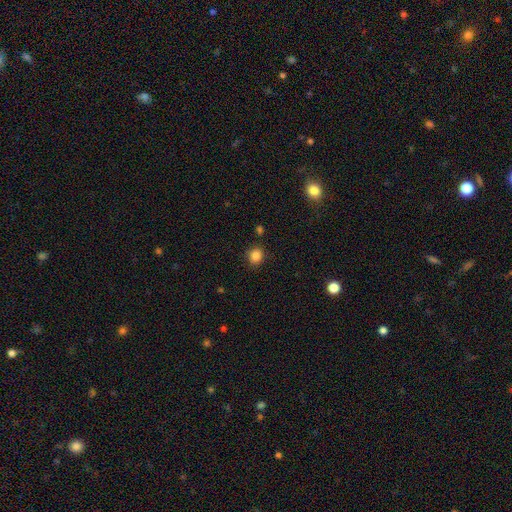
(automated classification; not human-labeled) smooth_or_featured: smooth (p=0.85) [alt: star or artifact p=0.11]
how_rounded: round (p=0.82) [alt: in between p=0.17]
merging: none (p=0.86) [alt: minor disturbance p=0.09]